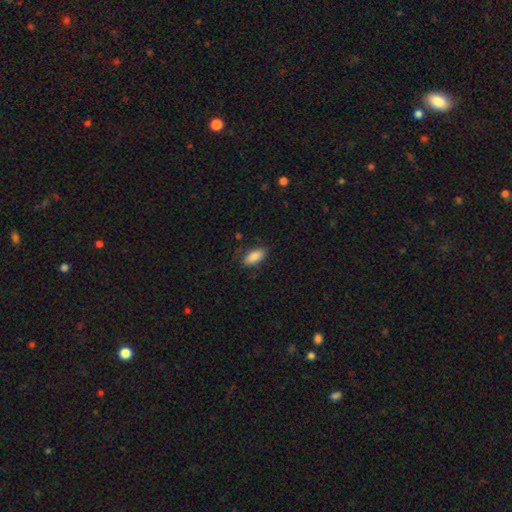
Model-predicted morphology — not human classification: Smooth or featured? smooth (88%)
How rounded? in between (89%)
Merging? none (79%)